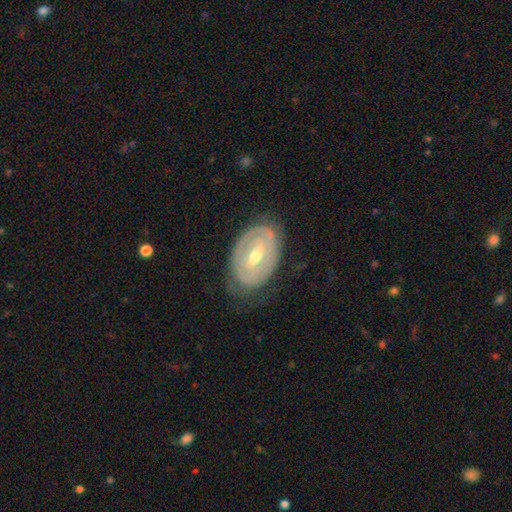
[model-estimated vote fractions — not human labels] This appears to be a featured or disk galaxy (74%) with a weak bar (48%), spiral arms (65%) and a moderate central bulge (62%). Merging: none (70%).